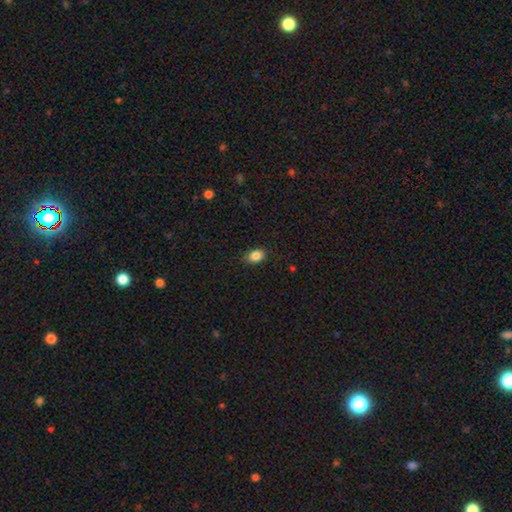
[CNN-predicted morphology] smooth_or_featured: smooth (p=0.85) [alt: star or artifact p=0.09]
how_rounded: in between (p=0.76) [alt: round p=0.23]
merging: none (p=0.85) [alt: minor disturbance p=0.12]